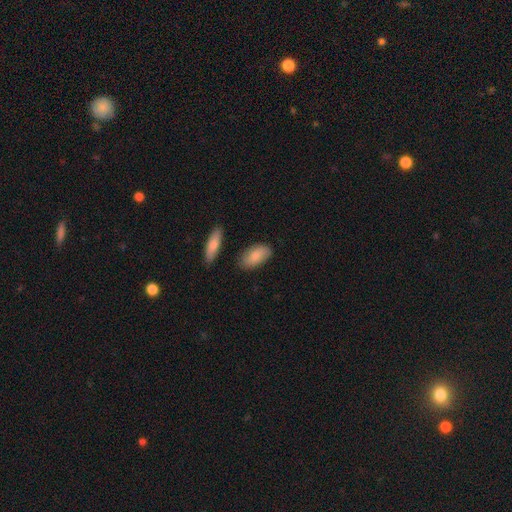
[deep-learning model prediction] smooth-or-featured: smooth: 81% | featured or disk: 13% | star or artifact: 6%
  how-rounded: in between: 92% | cigar-shaped: 6% | round: 3%
  merging: none: 79% | minor disturbance: 14% | merger: 4% | major disturbance: 3%